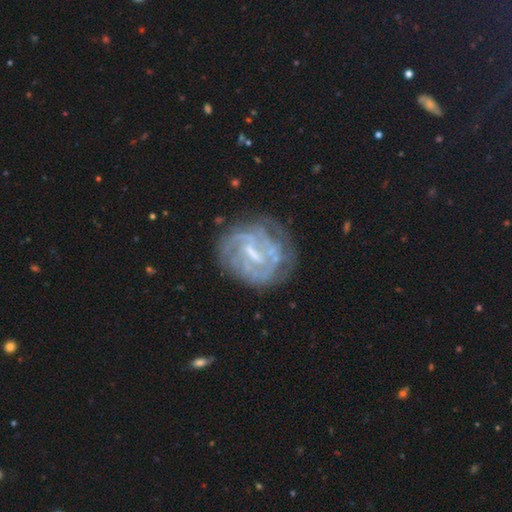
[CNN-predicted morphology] Smooth or featured?
  - featured or disk: 79% *
  - smooth: 12%
  - star or artifact: 9%
Edge-on disk?
  - no: 97% *
  - yes: 3%
Bar?
  - weak: 51% *
  - strong: 32%
  - no: 17%
Spiral arms?
  - yes: 79% *
  - no: 21%
Spiral winding?
  - tight: 59% *
  - medium: 30%
  - loose: 11%
Spiral arm count?
  - can't tell: 46% *
  - 2: 24%
  - 3: 14%
  - 4: 7%
  - 1: 5%
  - more than 4: 5%
Bulge size?
  - small: 46% *
  - moderate: 27%
  - none: 24%
  - large: 2%
  - dominant: 1%
Merging?
  - none: 68% *
  - minor disturbance: 18%
  - major disturbance: 12%
  - merger: 3%